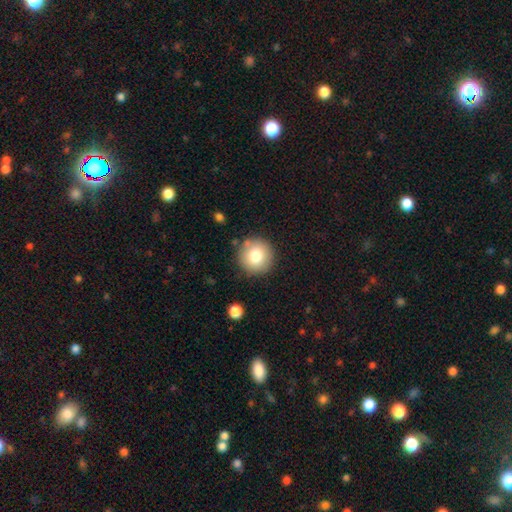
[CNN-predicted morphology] type=smooth (79%); roundness=round (95%); merging=none (86%).